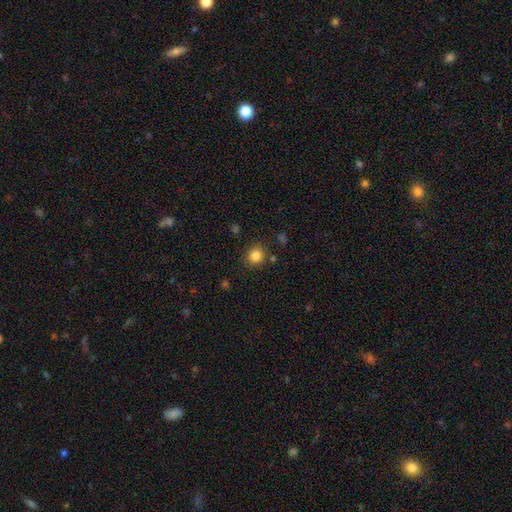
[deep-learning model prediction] Smooth or featured? Predicted: smooth (p=0.85). How rounded? Predicted: round (p=0.83). Merging? Predicted: none (p=0.85).